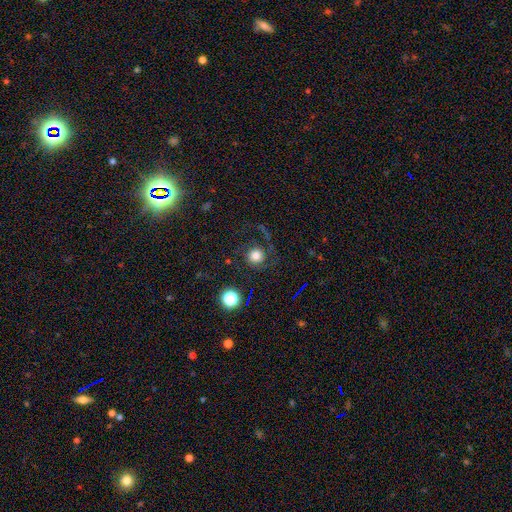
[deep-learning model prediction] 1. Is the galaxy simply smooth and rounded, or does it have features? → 57% smooth, 29% featured or disk, 14% star or artifact.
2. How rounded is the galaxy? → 92% round, 7% in between, 1% cigar-shaped.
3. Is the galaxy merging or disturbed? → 67% none, 18% major disturbance, 13% minor disturbance, 3% merger.